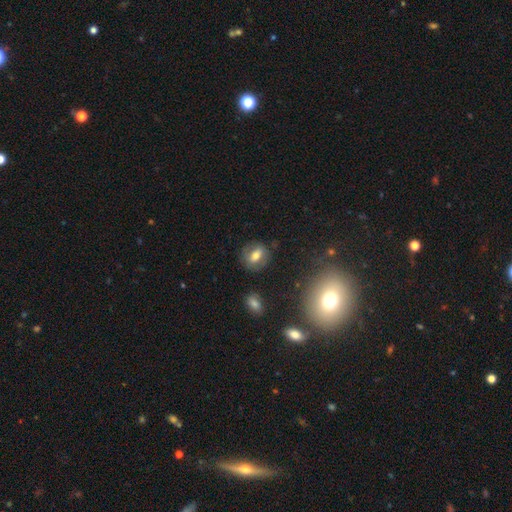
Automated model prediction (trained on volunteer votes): Smooth or featured: smooth — 57% (featured or disk — 32%)
How rounded: in between — 53% (round — 44%)
Merging: none — 80% (minor disturbance — 13%)